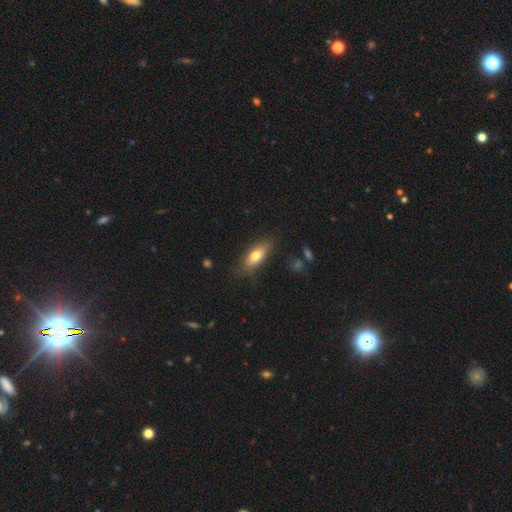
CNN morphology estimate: type=smooth (72%); roundness=in between (69%); merging=none (79%).